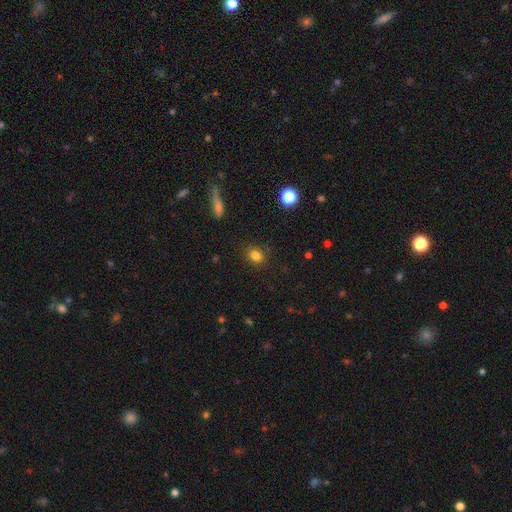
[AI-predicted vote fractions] A smooth galaxy with no disk features (82%) that is round (69%).

Vote fractions:
- Smooth or featured? smooth: 82% / star or artifact: 12% / featured or disk: 5%
- How rounded? round: 69% / in between: 29% / cigar-shaped: 1%
- Merging? none: 88% / minor disturbance: 8% / major disturbance: 2% / merger: 2%